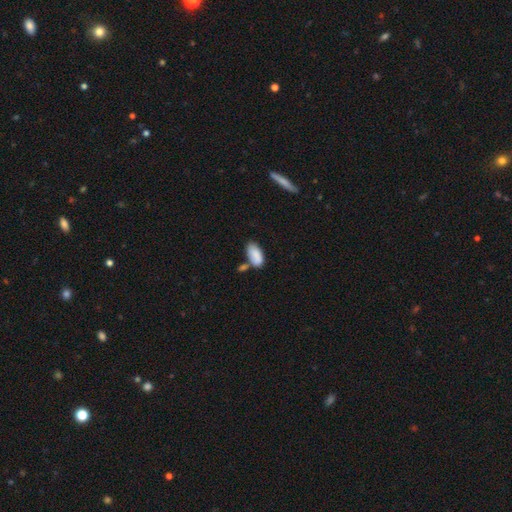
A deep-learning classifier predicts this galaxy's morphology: Smooth or featured? smooth (85%)
How rounded? in between (93%)
Merging? none (47%)